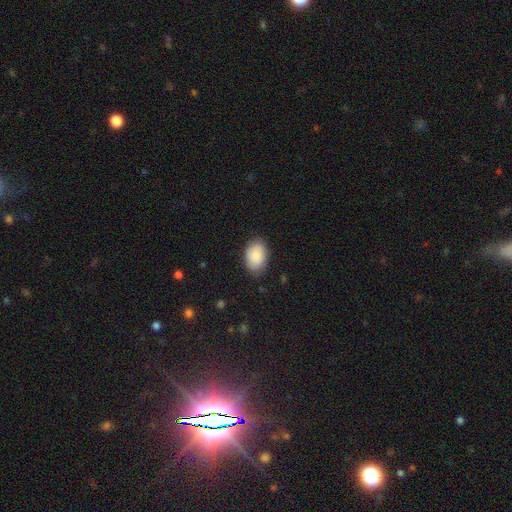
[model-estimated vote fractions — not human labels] Overall: smooth (82%). How rounded: in between (87%). Merging: none (81%).